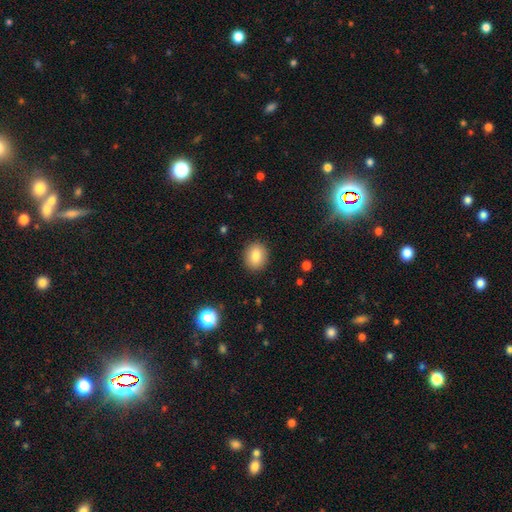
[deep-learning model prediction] A smooth galaxy with no disk features (84%) that is round (61%).

Vote fractions:
- Smooth or featured? smooth: 84% / star or artifact: 9% / featured or disk: 7%
- How rounded? round: 61% / in between: 38% / cigar-shaped: 1%
- Merging? none: 90% / minor disturbance: 7% / major disturbance: 2% / merger: 1%